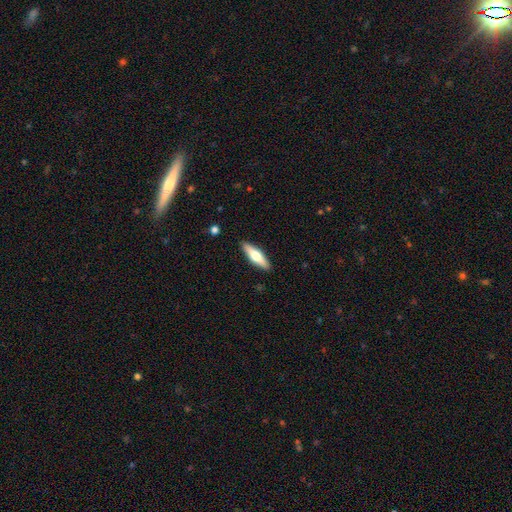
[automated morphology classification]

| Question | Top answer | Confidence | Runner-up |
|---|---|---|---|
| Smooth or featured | smooth | 56% | featured or disk (38%) |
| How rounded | cigar-shaped | 58% | in between (40%) |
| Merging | none | 90% | minor disturbance (8%) |